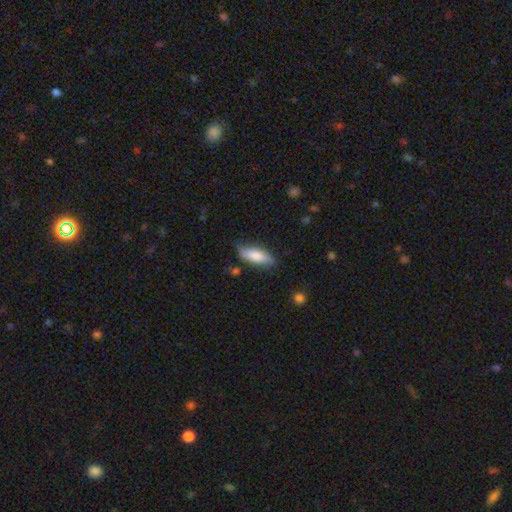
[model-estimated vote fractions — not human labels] Overall: smooth (79%). How rounded: in between (66%; cigar-shaped 32%). Merging: none (75%).